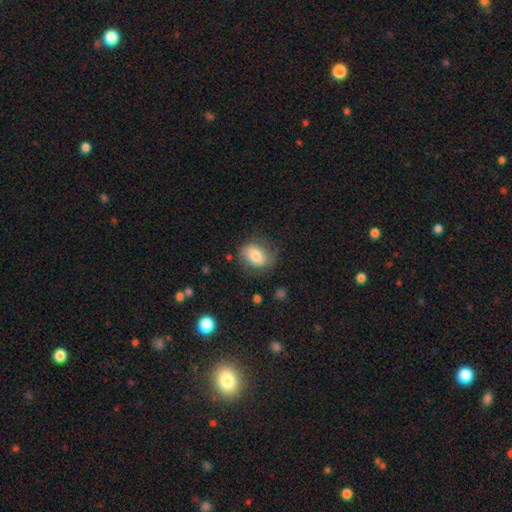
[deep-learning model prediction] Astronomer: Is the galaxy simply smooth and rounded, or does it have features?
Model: smooth — 73%.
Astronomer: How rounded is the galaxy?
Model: in between — 64%.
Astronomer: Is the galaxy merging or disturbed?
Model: none — 69%.